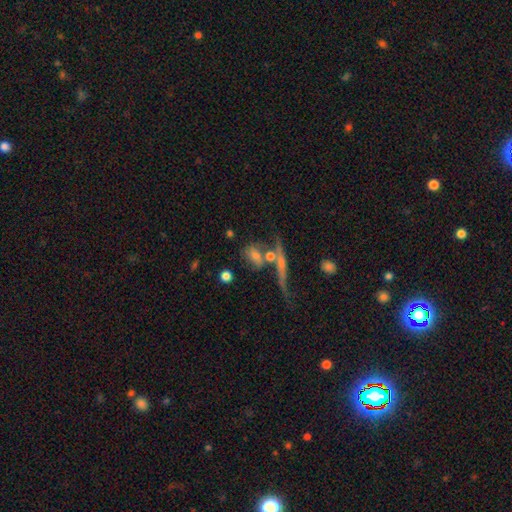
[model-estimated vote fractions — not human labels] Smooth or featured? Predicted: smooth (p=0.53). How rounded? Predicted: in between (p=0.51). Merging? Predicted: none (p=0.42).